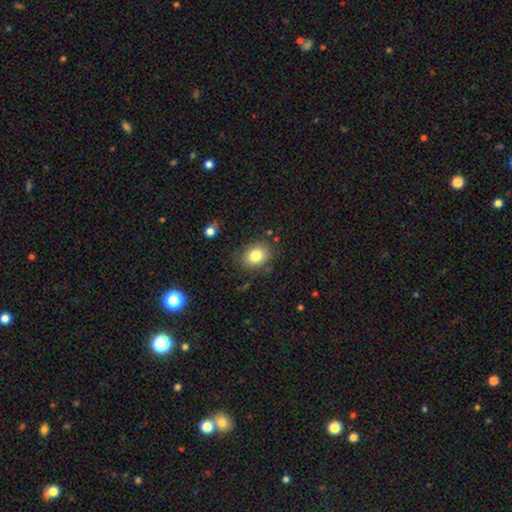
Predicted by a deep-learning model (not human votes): A smooth galaxy with no disk features (81%) that is in between round and cigar-shaped (51%).

Vote fractions:
- Smooth or featured? smooth: 81% / star or artifact: 10% / featured or disk: 9%
- How rounded? in between: 51% / round: 49% / cigar-shaped: 1%
- Merging? none: 83% / minor disturbance: 12% / major disturbance: 4% / merger: 2%